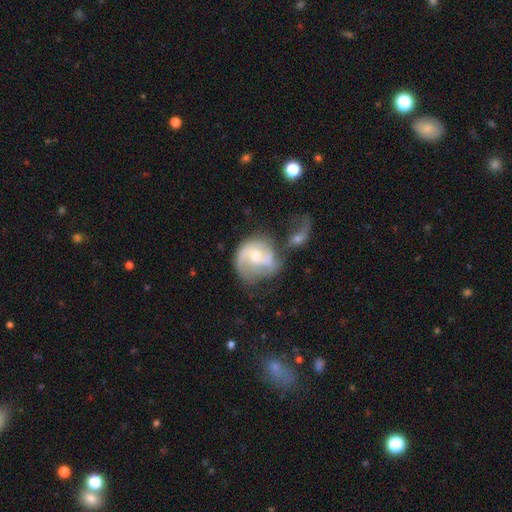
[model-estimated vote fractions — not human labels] Smooth or featured? Predicted: featured or disk (p=0.71). Edge-on disk? Predicted: no (p=0.97). Bar? Predicted: no (p=0.60). Spiral arms? Predicted: yes (p=0.85). Spiral winding? Predicted: medium (p=0.42). Spiral arm count? Predicted: 2 (p=0.58). Bulge size? Predicted: moderate (p=0.66). Merging? Predicted: merger (p=0.38).